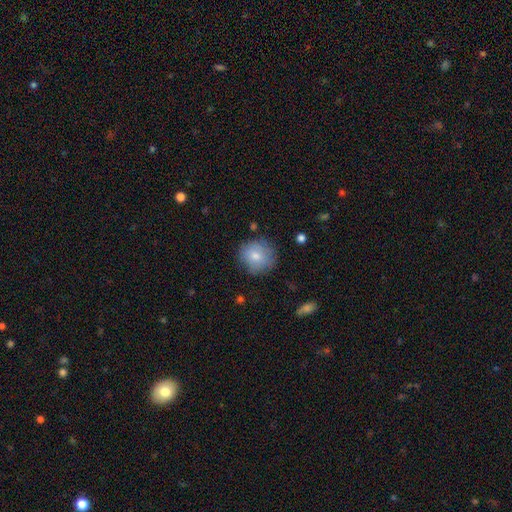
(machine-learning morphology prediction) Smooth or featured? smooth (78%)
How rounded? round (87%)
Merging? none (77%)